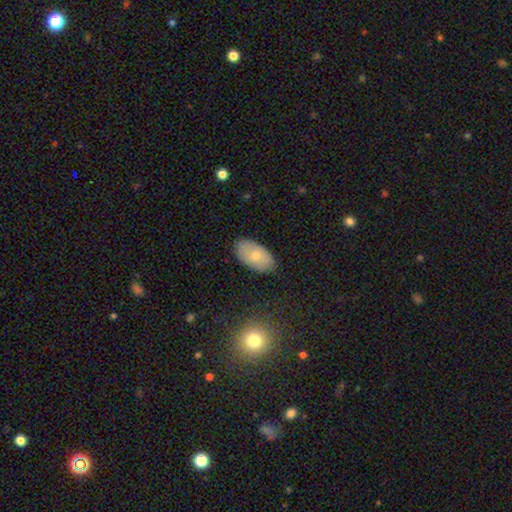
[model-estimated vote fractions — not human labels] Smooth or featured: smooth — 69% (featured or disk — 24%)
How rounded: in between — 94% (round — 4%)
Merging: none — 83% (minor disturbance — 13%)